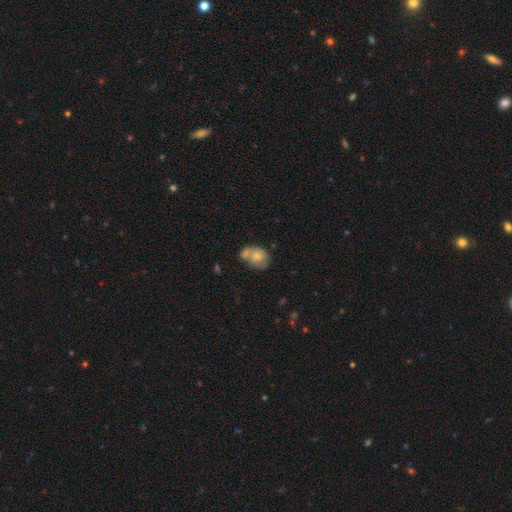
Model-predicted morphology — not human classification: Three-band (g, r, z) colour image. It shows a smooth galaxy with no disk features (64%) that is in between round and cigar-shaped (56%). Merging: merger (46%).